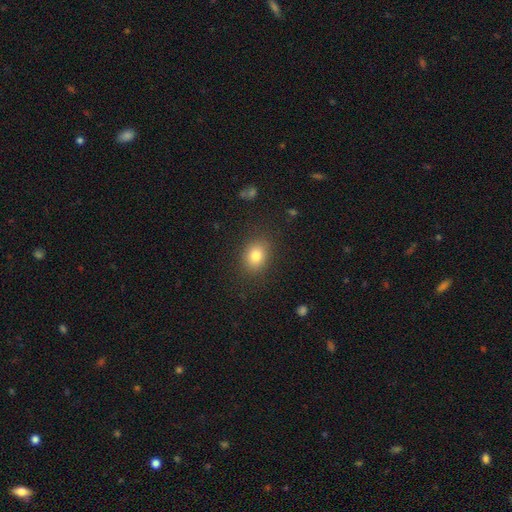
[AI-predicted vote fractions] Smooth or featured?
  - smooth: 80% *
  - star or artifact: 11%
  - featured or disk: 9%
How rounded?
  - in between: 52% *
  - round: 47%
  - cigar-shaped: 1%
Merging?
  - none: 86% *
  - minor disturbance: 10%
  - major disturbance: 4%
  - merger: 1%